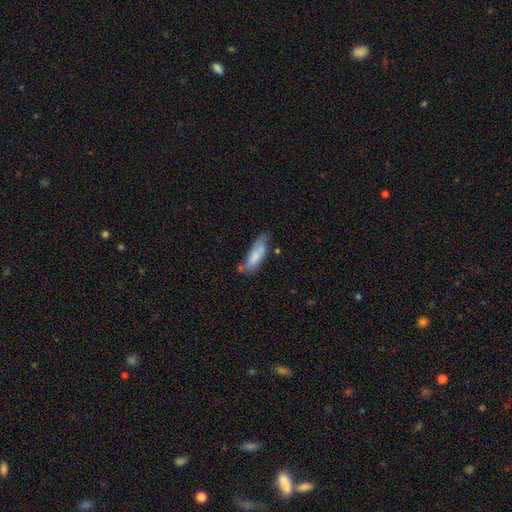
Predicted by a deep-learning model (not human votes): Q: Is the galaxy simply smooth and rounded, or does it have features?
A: smooth — 73%.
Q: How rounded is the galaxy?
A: in between — 60%.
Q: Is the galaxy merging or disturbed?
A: none — 51%.